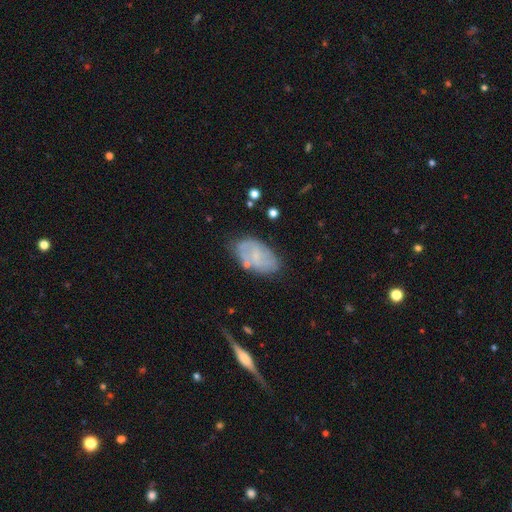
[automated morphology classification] Smooth or featured: featured or disk — 51% (smooth — 40%)
Edge-on disk: no — 94% (yes — 6%)
Merging: none — 67% (minor disturbance — 21%)